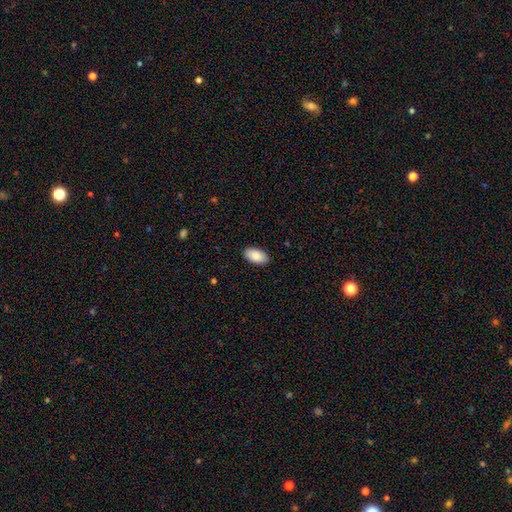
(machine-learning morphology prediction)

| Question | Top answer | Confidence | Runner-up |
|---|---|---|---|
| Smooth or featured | smooth | 87% | featured or disk (7%) |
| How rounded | in between | 95% | round (3%) |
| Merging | none | 89% | minor disturbance (8%) |